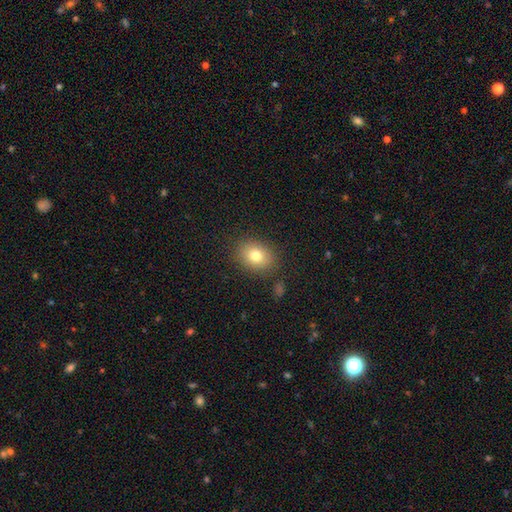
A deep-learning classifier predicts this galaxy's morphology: smooth 78%, featured or disk 11%, star or artifact 10%. Down the decision tree: how rounded — in between (56%); merging — none (85%).